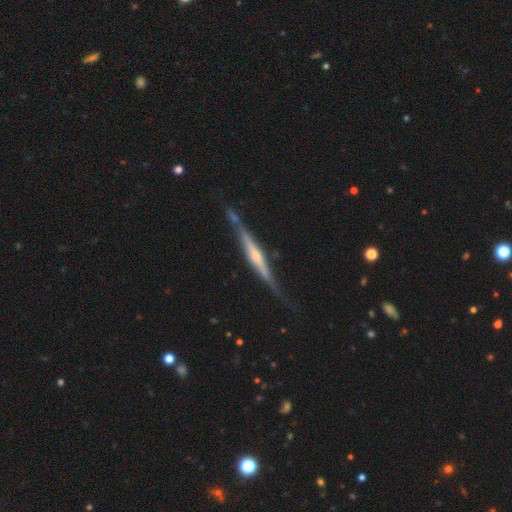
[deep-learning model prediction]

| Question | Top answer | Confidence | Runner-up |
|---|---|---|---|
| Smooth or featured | featured or disk | 77% | smooth (17%) |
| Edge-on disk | yes | 97% | no (3%) |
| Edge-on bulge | rounded | 63% | none (24%) |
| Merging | none | 73% | minor disturbance (19%) |